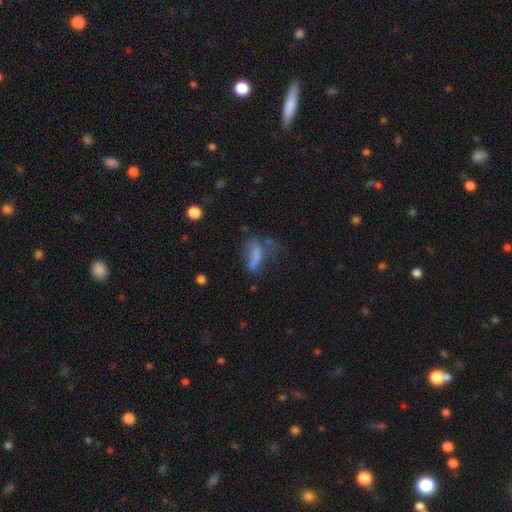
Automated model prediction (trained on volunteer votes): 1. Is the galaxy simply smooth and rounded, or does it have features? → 63% smooth, 23% featured or disk, 14% star or artifact.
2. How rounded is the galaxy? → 64% in between, 32% cigar-shaped, 5% round.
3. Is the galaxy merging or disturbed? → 40% major disturbance, 27% none, 22% minor disturbance, 10% merger.